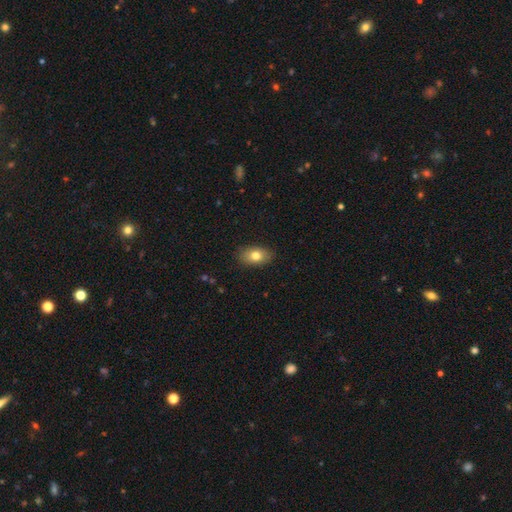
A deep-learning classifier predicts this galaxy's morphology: Smooth or featured?
  - smooth: 78% *
  - featured or disk: 14%
  - star or artifact: 8%
How rounded?
  - in between: 87% *
  - round: 10%
  - cigar-shaped: 2%
Merging?
  - none: 87% *
  - minor disturbance: 10%
  - major disturbance: 2%
  - merger: 1%